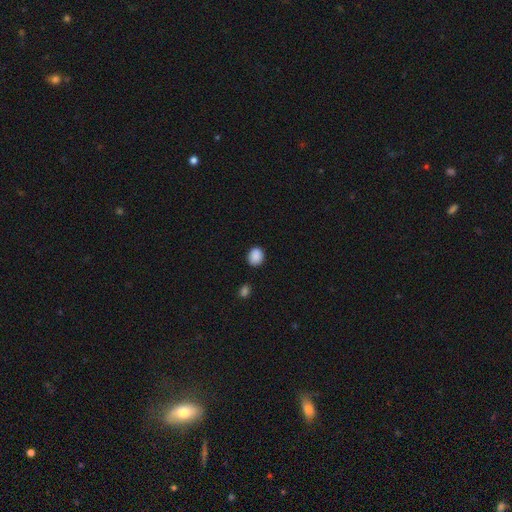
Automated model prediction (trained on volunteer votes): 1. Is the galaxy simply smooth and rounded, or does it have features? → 89% smooth, 9% star or artifact, 3% featured or disk.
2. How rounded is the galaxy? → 61% round, 38% in between, 1% cigar-shaped.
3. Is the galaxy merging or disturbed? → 84% none, 11% minor disturbance, 3% major disturbance, 2% merger.